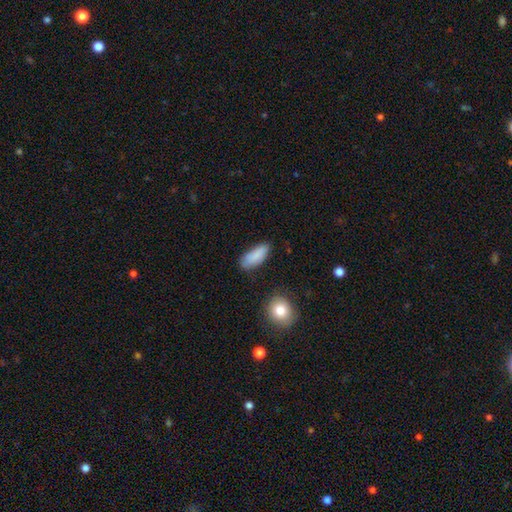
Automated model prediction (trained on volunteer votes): Overall: smooth (86%). How rounded: in between (77%). Merging: none (70%).